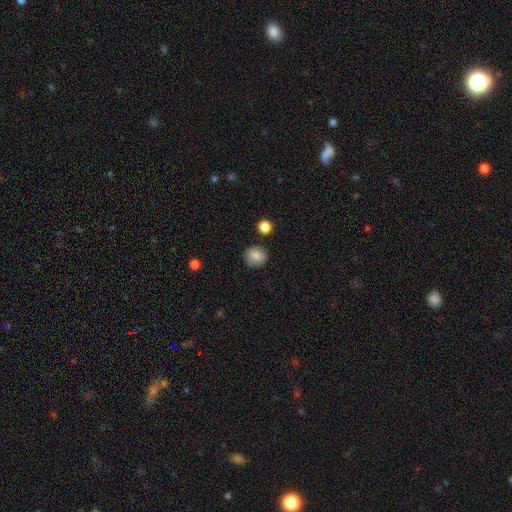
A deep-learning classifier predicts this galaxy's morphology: Smooth or featured?
  - smooth: 85% *
  - star or artifact: 9%
  - featured or disk: 7%
How rounded?
  - round: 88% *
  - in between: 11%
  - cigar-shaped: 1%
Merging?
  - none: 85% *
  - minor disturbance: 10%
  - major disturbance: 2%
  - merger: 2%